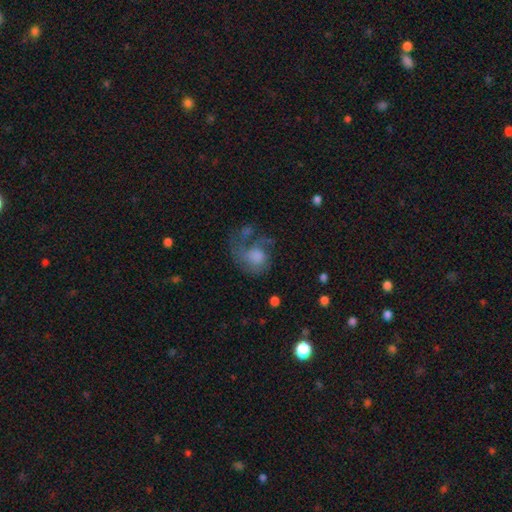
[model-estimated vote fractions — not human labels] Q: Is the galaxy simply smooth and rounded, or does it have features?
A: featured or disk — 51%.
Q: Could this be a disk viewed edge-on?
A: no — 97%.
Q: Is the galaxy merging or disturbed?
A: major disturbance — 44%.